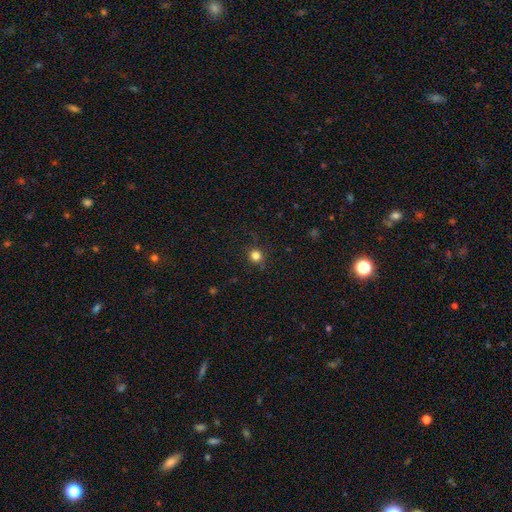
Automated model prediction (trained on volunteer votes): This appears to be a smooth galaxy with no disk features (82%) that is round (93%). Merging: none (88%).